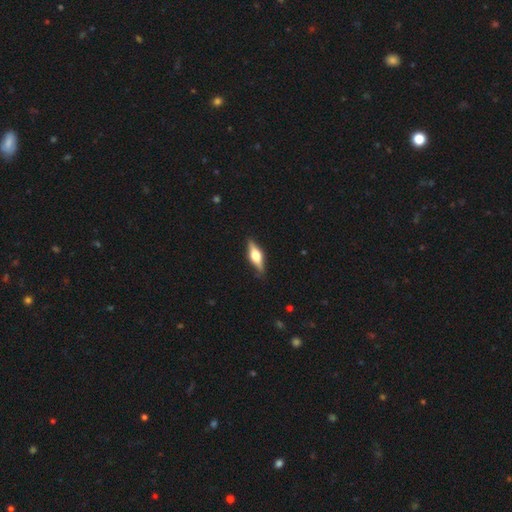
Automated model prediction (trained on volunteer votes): The model was most divided on "smooth or featured": featured or disk: 63%, smooth: 31%, star or artifact: 6%. More confident: edge-on disk — yes (95%); edge-on bulge — rounded (92%); merging — none (87%).